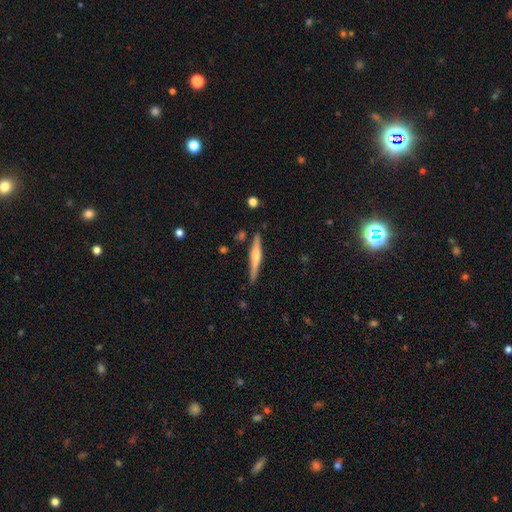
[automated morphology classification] Smooth or featured? featured or disk (60%)
Edge-on disk? yes (97%)
Edge-on bulge? rounded (80%)
Merging? none (86%)